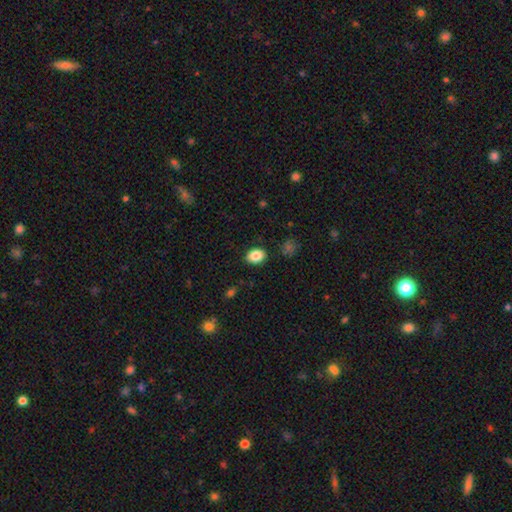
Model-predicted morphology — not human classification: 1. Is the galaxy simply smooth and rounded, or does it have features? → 85% smooth, 8% star or artifact, 7% featured or disk.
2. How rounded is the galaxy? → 74% in between, 25% round, 1% cigar-shaped.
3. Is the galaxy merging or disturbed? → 87% none, 9% minor disturbance, 2% major disturbance, 1% merger.